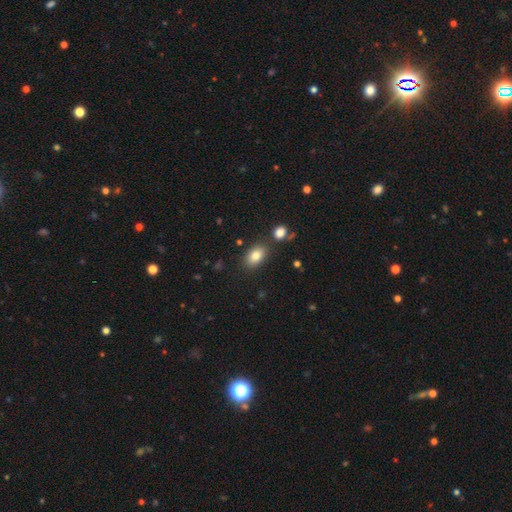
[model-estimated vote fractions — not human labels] Smooth or featured?
  - smooth: 83% *
  - star or artifact: 9%
  - featured or disk: 9%
How rounded?
  - in between: 87% *
  - round: 11%
  - cigar-shaped: 2%
Merging?
  - none: 80% *
  - minor disturbance: 11%
  - merger: 7%
  - major disturbance: 3%